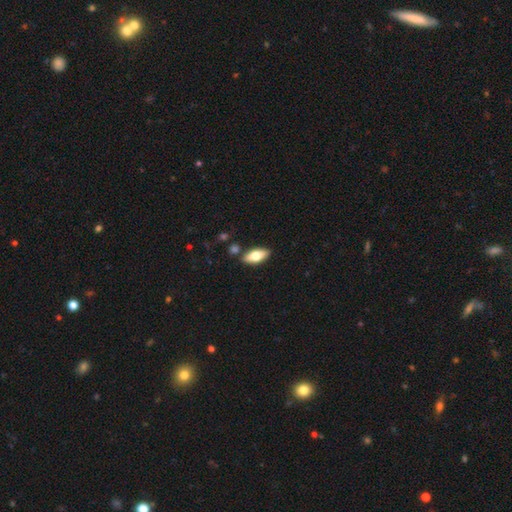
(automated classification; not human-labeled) Q: Smooth or featured?
A: smooth (68%); runner-up: featured or disk (25%)
Q: How rounded?
A: in between (84%); runner-up: cigar-shaped (13%)
Q: Merging?
A: none (84%); runner-up: minor disturbance (9%)